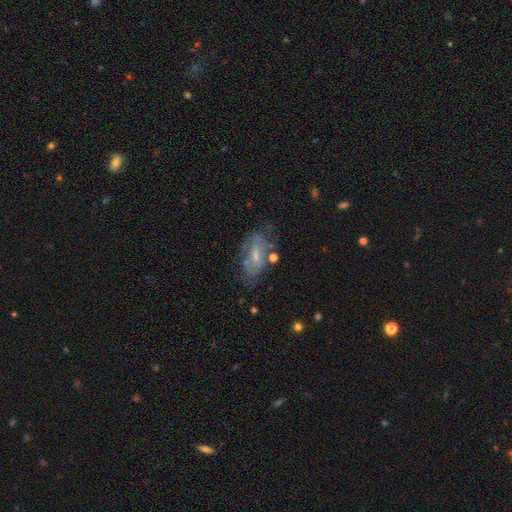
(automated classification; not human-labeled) This appears to be a featured or disk galaxy (62%) with a weak bar (44%), spiral arms (61%) and a small central bulge (47%). Merging: none (56%).